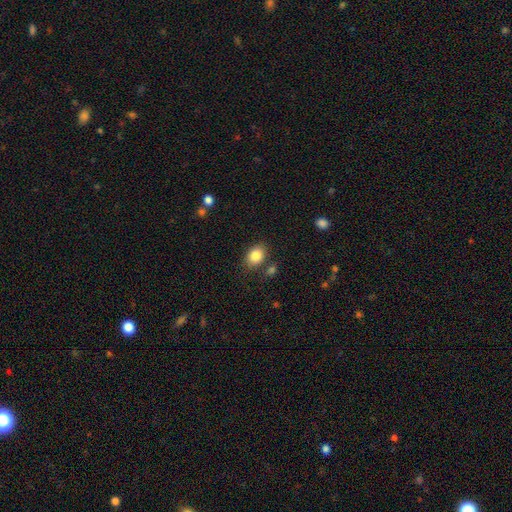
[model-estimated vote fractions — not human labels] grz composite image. It shows a smooth galaxy with no disk features (84%) that is in between round and cigar-shaped (73%). Merging: none (78%).